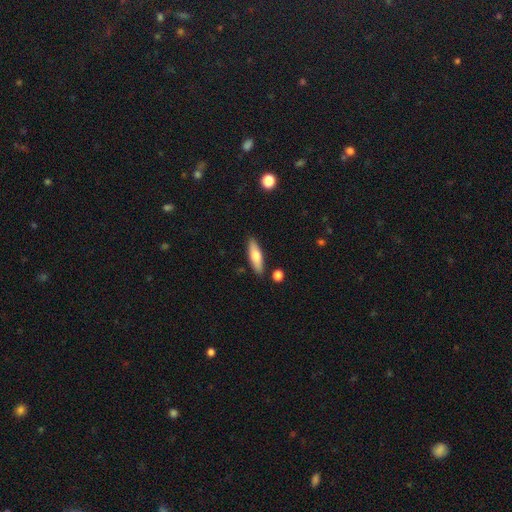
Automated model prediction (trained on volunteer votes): smooth_or_featured: smooth (p=0.65) [alt: featured or disk p=0.29]
how_rounded: cigar-shaped (p=0.56) [alt: in between p=0.42]
merging: none (p=0.86) [alt: minor disturbance p=0.09]